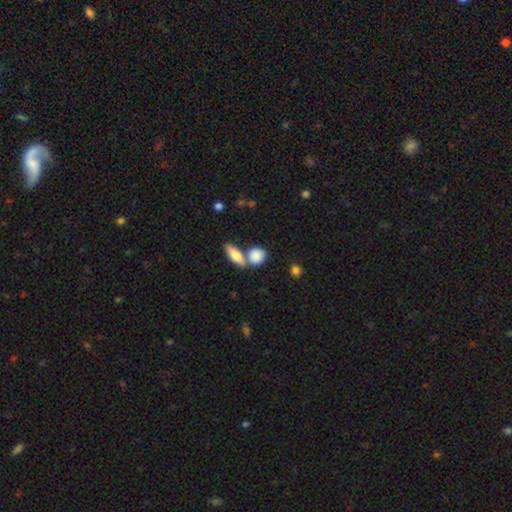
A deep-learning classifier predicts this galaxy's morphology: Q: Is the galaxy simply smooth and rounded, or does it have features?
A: smooth — 84%.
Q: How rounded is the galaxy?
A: round — 50%.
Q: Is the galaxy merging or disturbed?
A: none — 48%.